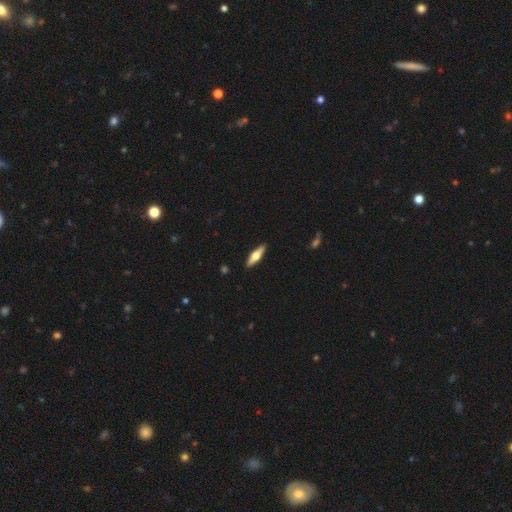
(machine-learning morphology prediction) Smooth or featured: featured or disk — 50% (smooth — 44%)
Edge-on disk: yes — 93% (no — 7%)
Merging: none — 91% (minor disturbance — 7%)